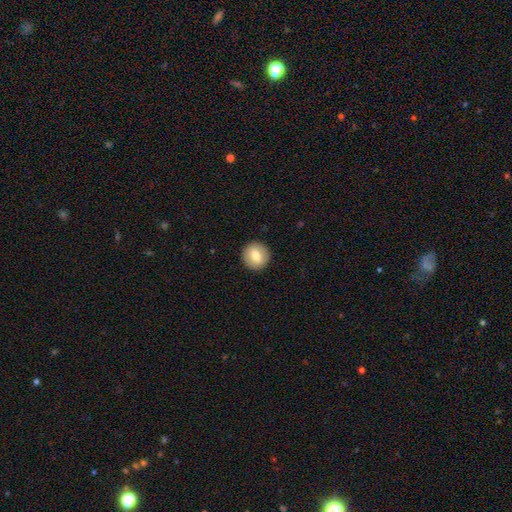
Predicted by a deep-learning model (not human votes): Smooth or featured? smooth (70%)
How rounded? round (92%)
Merging? none (92%)